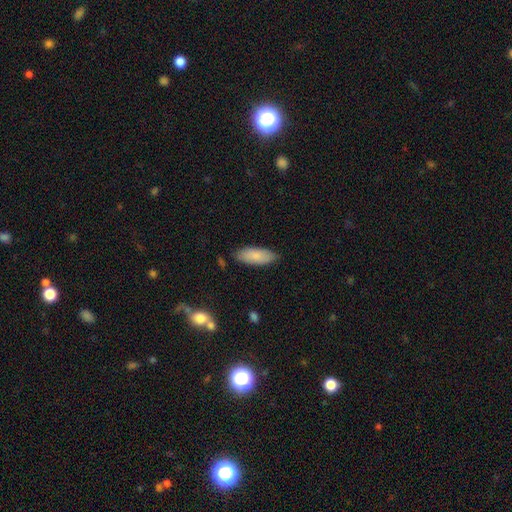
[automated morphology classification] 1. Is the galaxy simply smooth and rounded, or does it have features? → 85% smooth, 9% featured or disk, 6% star or artifact.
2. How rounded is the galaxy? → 74% in between, 24% cigar-shaped, 2% round.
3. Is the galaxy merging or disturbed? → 83% none, 13% minor disturbance, 2% major disturbance, 2% merger.